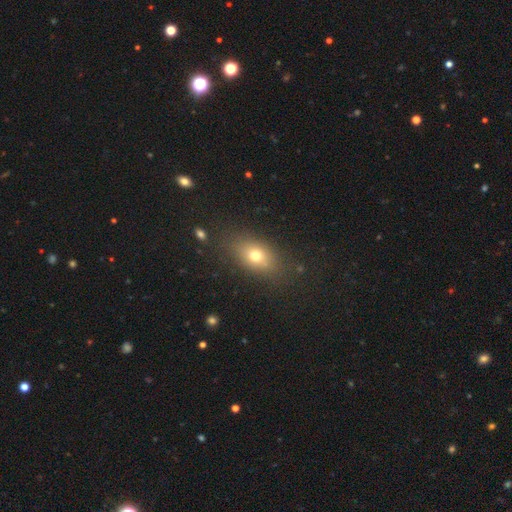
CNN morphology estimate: Smooth or featured? smooth (72%)
How rounded? in between (77%)
Merging? none (81%)